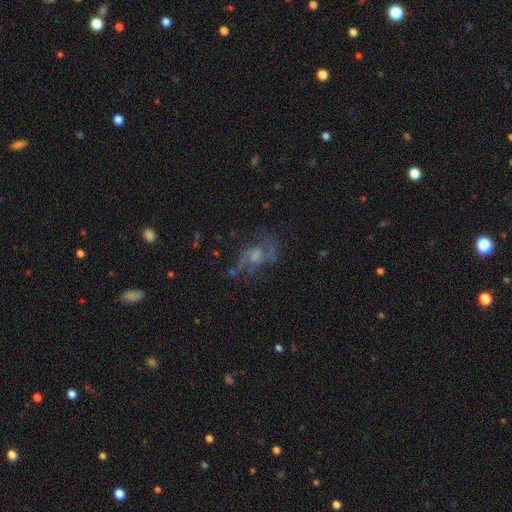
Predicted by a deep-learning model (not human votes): The model was most divided on "bulge size": moderate: 33%, none: 28%, small: 25%, large: 12%, dominant: 2%. More confident: edge-on disk — no (95%); spiral arms — yes (71%); bar — no (65%); smooth or featured — featured or disk (61%); merging — none (52%).